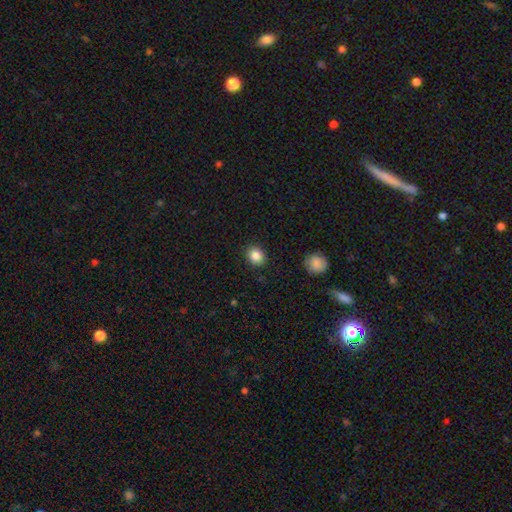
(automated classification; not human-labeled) This appears to be a smooth galaxy with no disk features (86%) that is round (64%). Merging: none (89%).